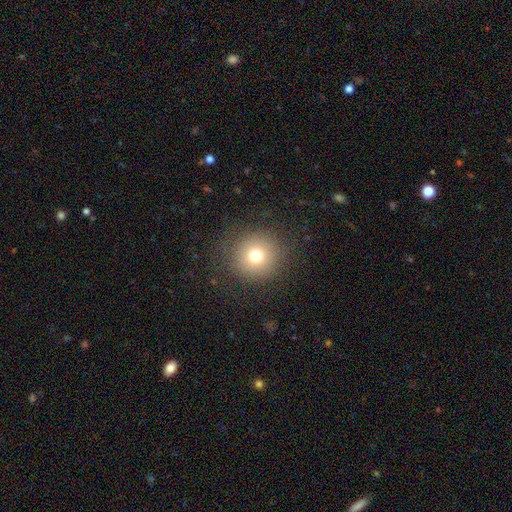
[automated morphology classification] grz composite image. It shows a smooth galaxy with no disk features (74%) that is round (94%). Merging: none (87%).